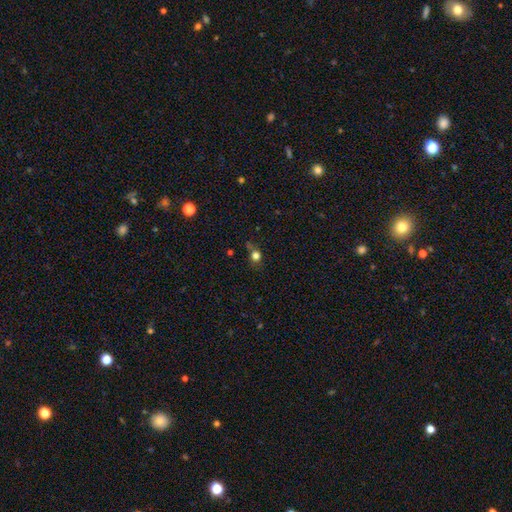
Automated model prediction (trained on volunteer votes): smooth 72%, star or artifact 19%, featured or disk 9%. Down the decision tree: how rounded — round (76%); merging — none (59%).